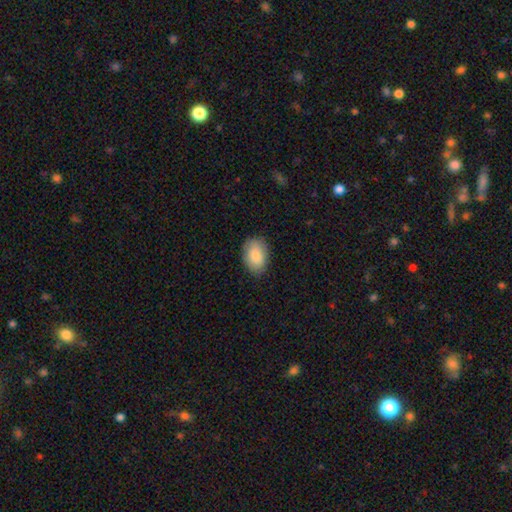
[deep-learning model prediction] A smooth galaxy with no disk features (86%) that is in between round and cigar-shaped (86%).

Vote fractions:
- Smooth or featured? smooth: 86% / featured or disk: 8% / star or artifact: 6%
- How rounded? in between: 86% / round: 12% / cigar-shaped: 1%
- Merging? none: 84% / minor disturbance: 12% / major disturbance: 3% / merger: 1%